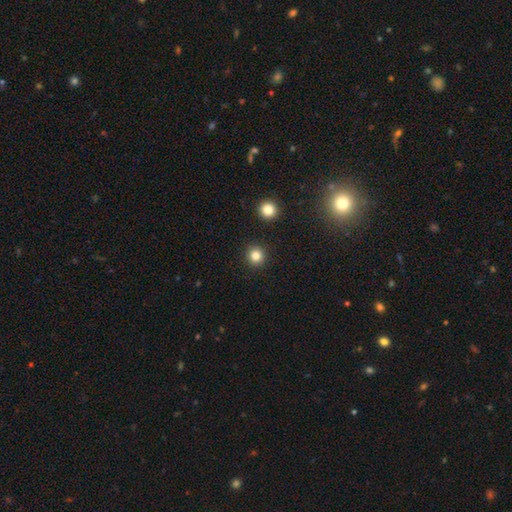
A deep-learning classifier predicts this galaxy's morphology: A smooth galaxy with no disk features (82%) that is round (94%). Merging: none (92%).